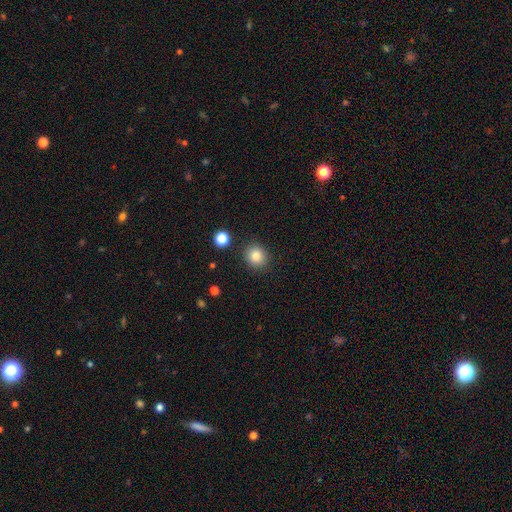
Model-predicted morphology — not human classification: type=smooth (85%); roundness=round (83%); merging=none (88%).